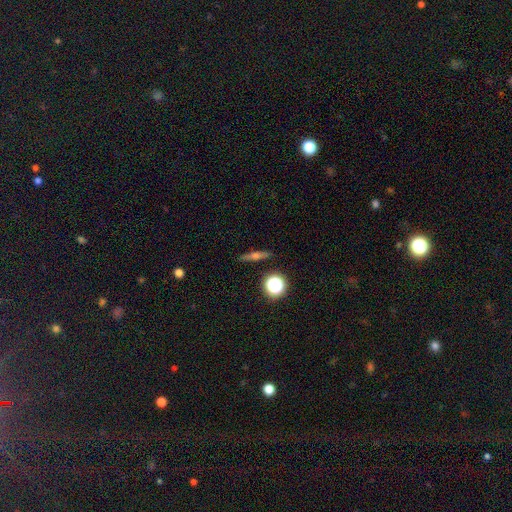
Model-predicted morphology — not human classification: A featured or disk galaxy (51%) viewed edge-on (93%). Merging: none (90%).